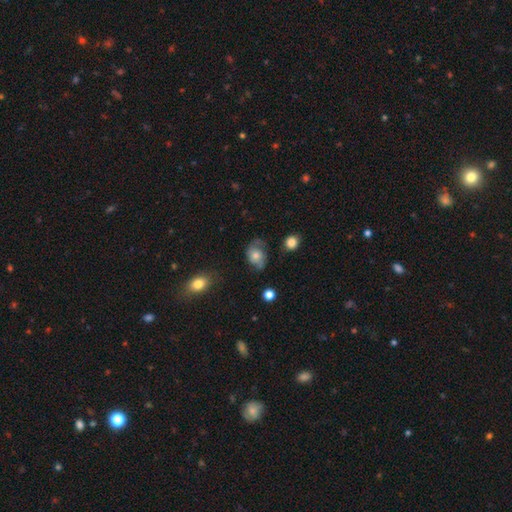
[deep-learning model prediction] smooth 47%, featured or disk 44%, star or artifact 9%. Down the decision tree: merging — none (46%).